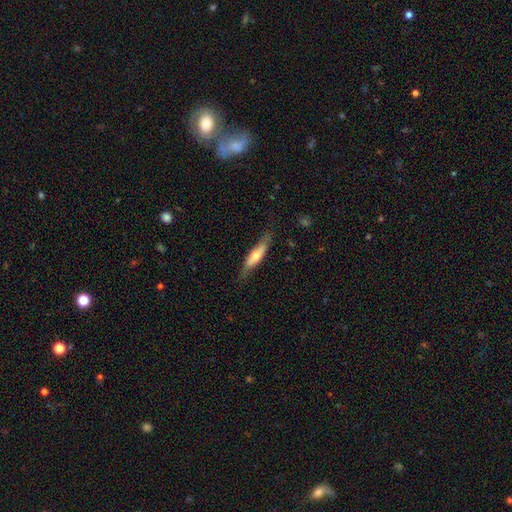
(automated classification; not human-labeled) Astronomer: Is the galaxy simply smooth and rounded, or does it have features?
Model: smooth — 53% (runner-up: featured or disk, 42%).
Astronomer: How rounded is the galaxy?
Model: cigar-shaped — 74%.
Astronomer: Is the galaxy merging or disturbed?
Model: none — 76%.